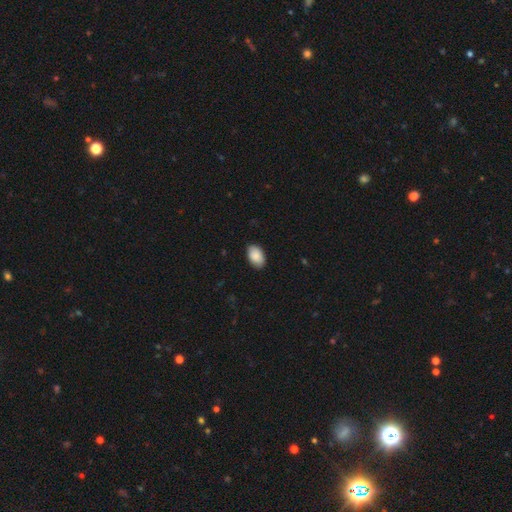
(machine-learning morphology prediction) Smooth or featured?
  - smooth: 89% *
  - star or artifact: 6%
  - featured or disk: 5%
How rounded?
  - in between: 93% *
  - round: 6%
  - cigar-shaped: 1%
Merging?
  - none: 87% *
  - minor disturbance: 10%
  - major disturbance: 2%
  - merger: 1%